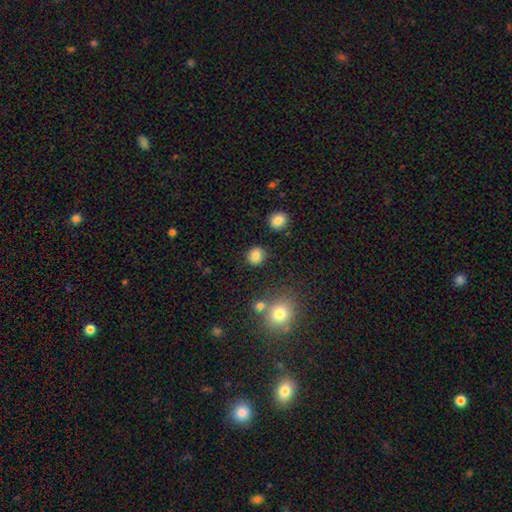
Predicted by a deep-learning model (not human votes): Q: Smooth or featured?
A: smooth (83%); runner-up: star or artifact (11%)
Q: How rounded?
A: round (84%); runner-up: in between (15%)
Q: Merging?
A: none (87%); runner-up: minor disturbance (7%)